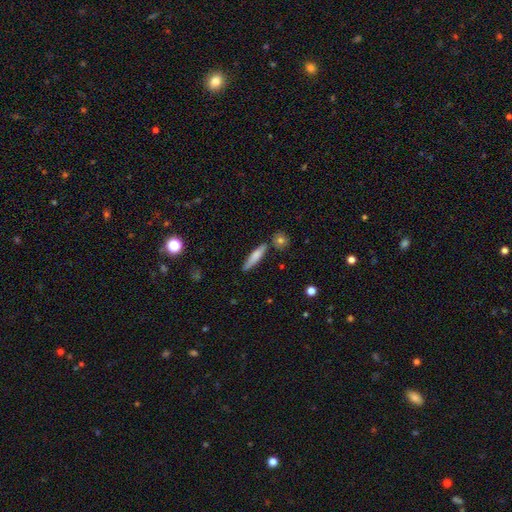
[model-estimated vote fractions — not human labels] Smooth or featured?
  - smooth: 73% *
  - featured or disk: 21%
  - star or artifact: 6%
How rounded?
  - cigar-shaped: 82% *
  - in between: 16%
  - round: 2%
Merging?
  - none: 78% *
  - minor disturbance: 13%
  - merger: 6%
  - major disturbance: 3%